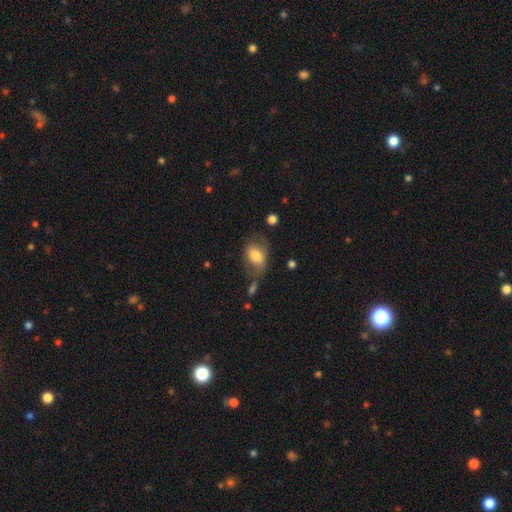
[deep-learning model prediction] The model was most divided on "merging": none: 49%, minor disturbance: 27%, major disturbance: 17%, merger: 7%. More confident: how rounded — in between (81%); smooth or featured — smooth (70%).